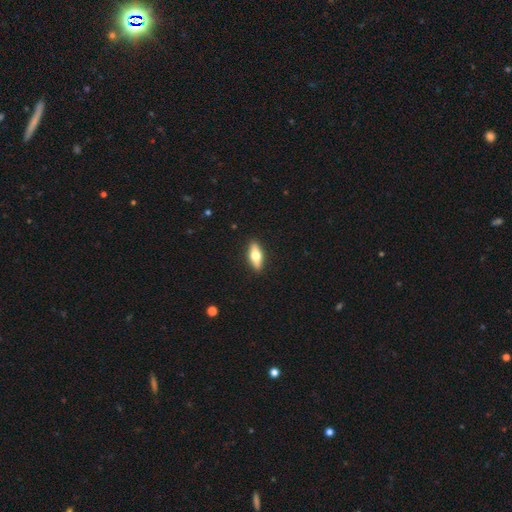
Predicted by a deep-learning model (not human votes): This appears to be a smooth galaxy with no disk features (56%) that is in between round and cigar-shaped (66%). Merging: none (90%).